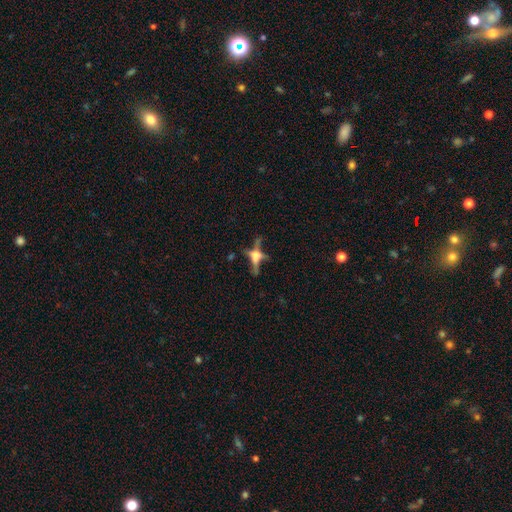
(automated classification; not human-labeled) Overall: featured or disk (60%; smooth 23%). Edge-on disk: yes (80%). Merging: none (56%; major disturbance 17%).